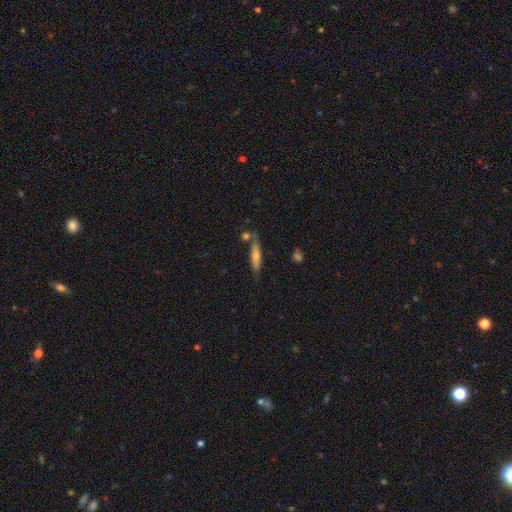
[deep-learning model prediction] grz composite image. It shows a smooth galaxy with no disk features (55%) that is cigar-shaped (80%). Merging: none (70%).